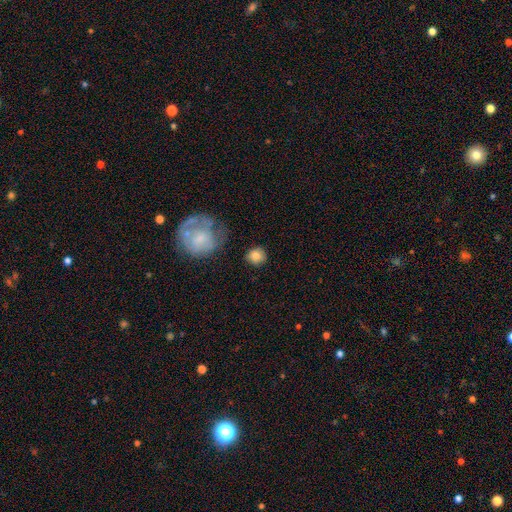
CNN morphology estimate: Smooth or featured: smooth — 83% (featured or disk — 9%)
How rounded: round — 87% (in between — 12%)
Merging: none — 82% (minor disturbance — 11%)